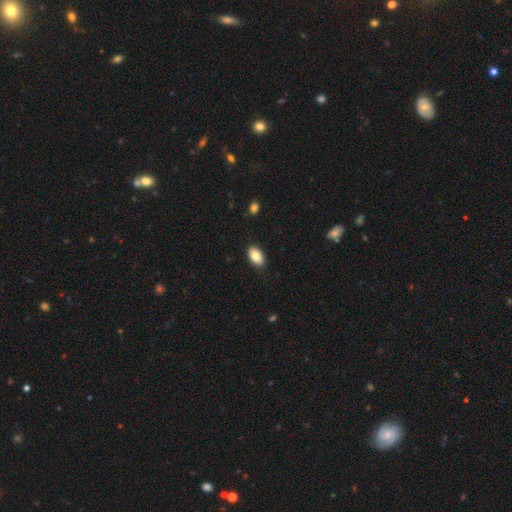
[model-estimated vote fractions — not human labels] smooth_or_featured: smooth (p=0.82) [alt: featured or disk p=0.11]
how_rounded: in between (p=0.93) [alt: round p=0.05]
merging: none (p=0.87) [alt: minor disturbance p=0.10]